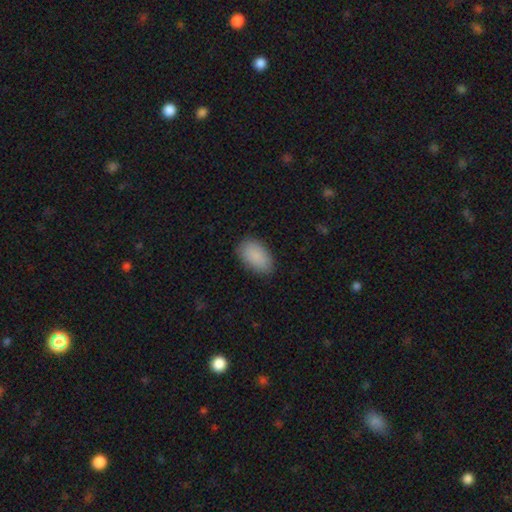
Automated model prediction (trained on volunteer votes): Smooth or featured?
  - smooth: 90% *
  - star or artifact: 6%
  - featured or disk: 4%
How rounded?
  - in between: 93% *
  - round: 5%
  - cigar-shaped: 2%
Merging?
  - none: 85% *
  - minor disturbance: 12%
  - major disturbance: 3%
  - merger: 1%